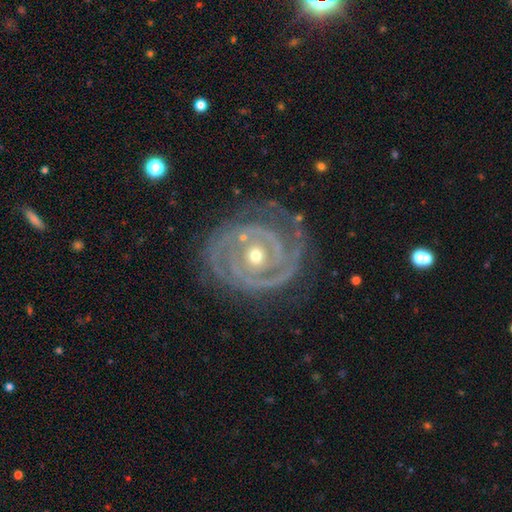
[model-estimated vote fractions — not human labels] This appears to be a featured or disk galaxy (91%) with no bar (67%), 2 (57%) tight (82%) spiral arms (97%) and a moderate central bulge (51%). Merging: none (75%).